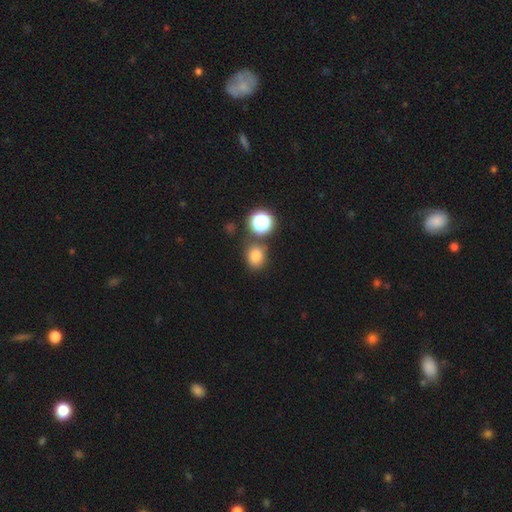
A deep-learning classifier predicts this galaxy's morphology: The model was most divided on "how rounded": round: 63%, in between: 36%, cigar-shaped: 1%. More confident: smooth or featured — smooth (77%); merging — none (72%).